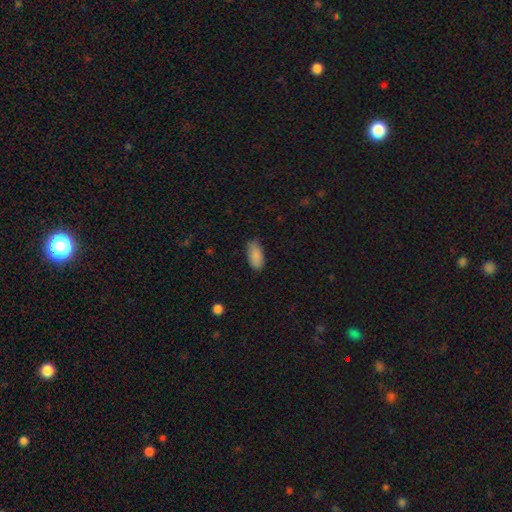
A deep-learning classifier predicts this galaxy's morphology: Q: Smooth or featured?
A: smooth (88%); runner-up: star or artifact (7%)
Q: How rounded?
A: in between (91%); runner-up: cigar-shaped (7%)
Q: Merging?
A: none (77%); runner-up: minor disturbance (18%)